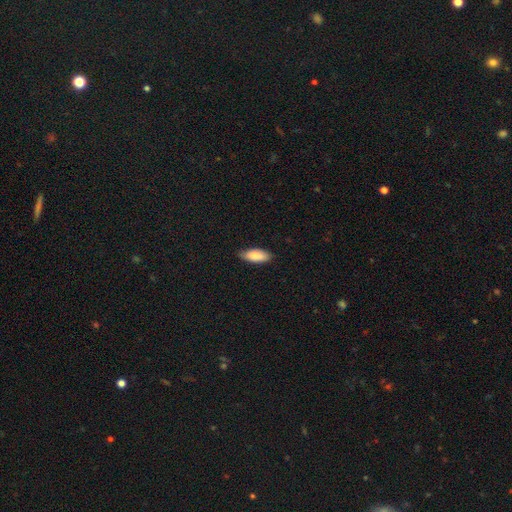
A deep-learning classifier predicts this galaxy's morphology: A smooth galaxy with no disk features (88%) that is in between round and cigar-shaped (81%).

Vote fractions:
- Smooth or featured? smooth: 88% / featured or disk: 7% / star or artifact: 5%
- How rounded? in between: 81% / cigar-shaped: 17% / round: 2%
- Merging? none: 82% / minor disturbance: 15% / major disturbance: 2% / merger: 1%